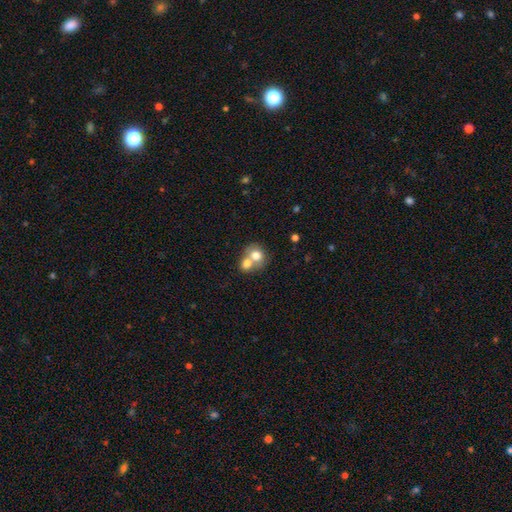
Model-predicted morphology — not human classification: smooth 72%, featured or disk 19%, star or artifact 9%. Down the decision tree: how rounded — round (71%); merging — merger (66%).